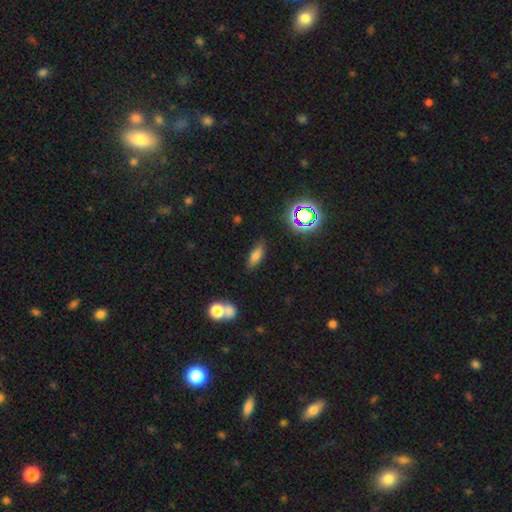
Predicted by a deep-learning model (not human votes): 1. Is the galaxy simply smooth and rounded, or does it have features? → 72% smooth, 16% star or artifact, 12% featured or disk.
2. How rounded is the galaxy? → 70% in between, 25% cigar-shaped, 5% round.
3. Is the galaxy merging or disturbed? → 82% none, 12% minor disturbance, 3% major disturbance, 3% merger.